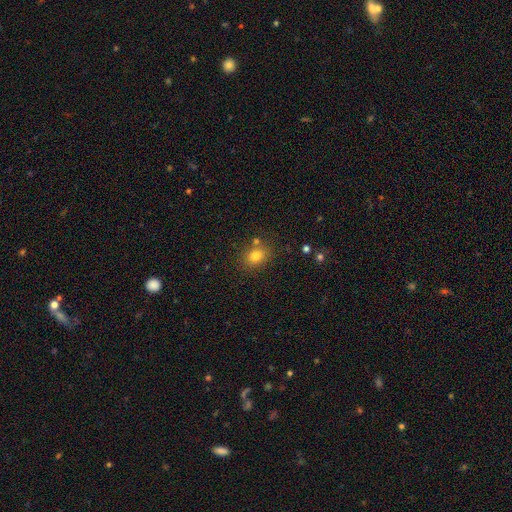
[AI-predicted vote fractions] Q: Smooth or featured?
A: smooth (80%); runner-up: star or artifact (12%)
Q: How rounded?
A: in between (50%); runner-up: round (49%)
Q: Merging?
A: none (75%); runner-up: minor disturbance (12%)